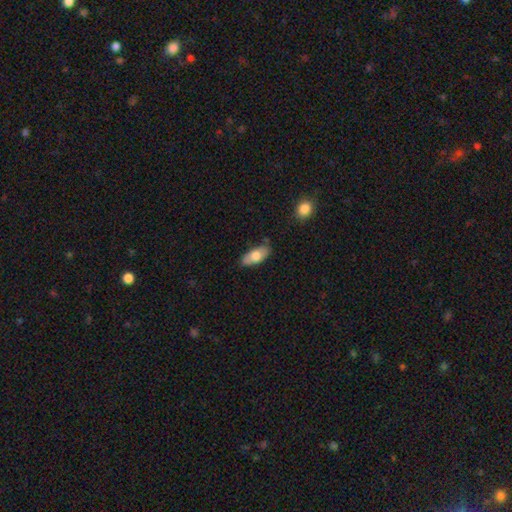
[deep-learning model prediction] smooth_or_featured: smooth (p=0.72) [alt: featured or disk p=0.22]
how_rounded: in between (p=0.86) [alt: cigar-shaped p=0.11]
merging: none (p=0.79) [alt: minor disturbance p=0.16]